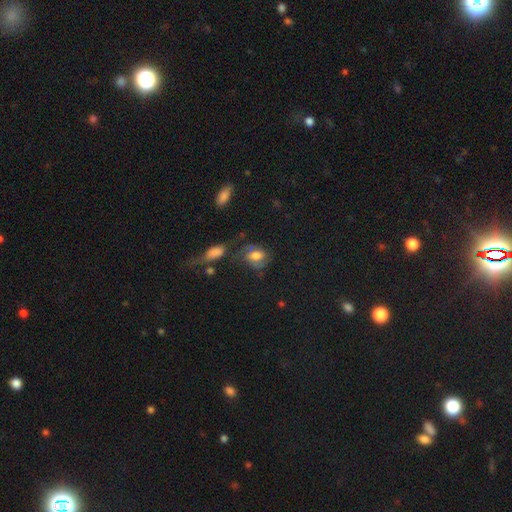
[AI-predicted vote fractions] smooth_or_featured: smooth (p=0.59) [alt: featured or disk p=0.30]
how_rounded: in between (p=0.72) [alt: round p=0.25]
merging: none (p=0.42) [alt: minor disturbance p=0.26]